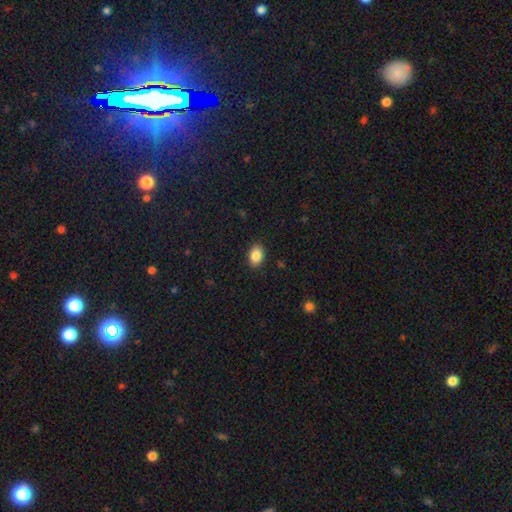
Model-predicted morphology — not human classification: type=smooth (86%); roundness=in between (82%); merging=none (88%).